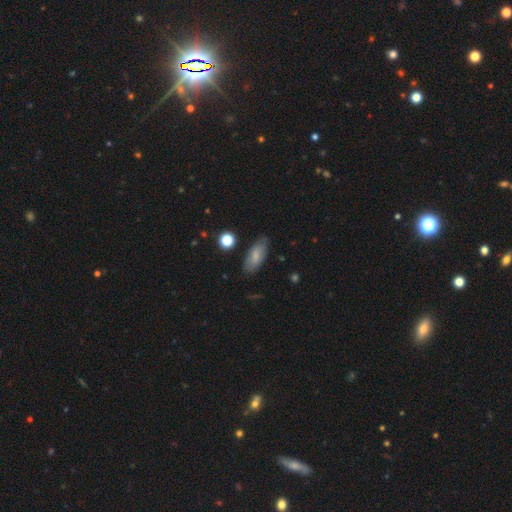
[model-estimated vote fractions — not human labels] A smooth galaxy with no disk features (75%) that is in between round and cigar-shaped (82%).

Vote fractions:
- Smooth or featured? smooth: 75% / featured or disk: 18% / star or artifact: 7%
- How rounded? in between: 82% / cigar-shaped: 15% / round: 3%
- Merging? none: 80% / minor disturbance: 15% / major disturbance: 3% / merger: 2%